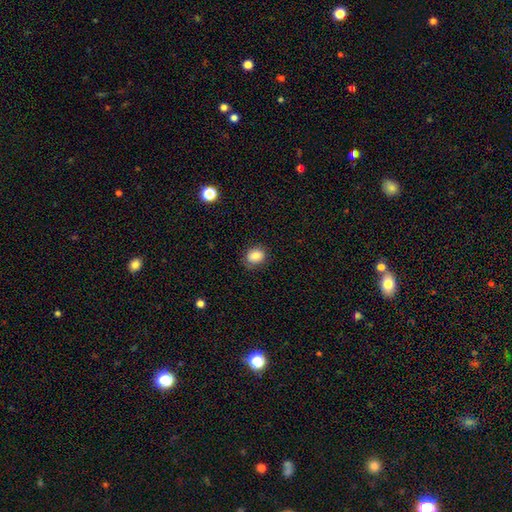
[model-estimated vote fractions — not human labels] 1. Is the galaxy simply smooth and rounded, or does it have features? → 83% smooth, 10% star or artifact, 8% featured or disk.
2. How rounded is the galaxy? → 62% round, 37% in between, 1% cigar-shaped.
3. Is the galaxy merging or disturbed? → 82% none, 13% minor disturbance, 3% major disturbance, 1% merger.